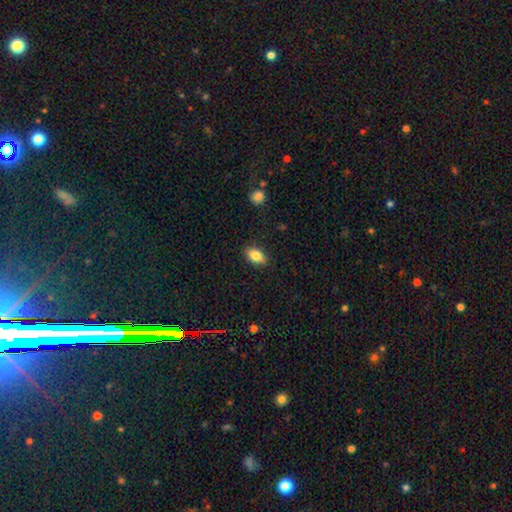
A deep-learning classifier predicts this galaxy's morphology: Smooth or featured?
  - smooth: 81% *
  - featured or disk: 12%
  - star or artifact: 8%
How rounded?
  - in between: 88% *
  - round: 7%
  - cigar-shaped: 5%
Merging?
  - none: 87% *
  - minor disturbance: 10%
  - major disturbance: 2%
  - merger: 1%